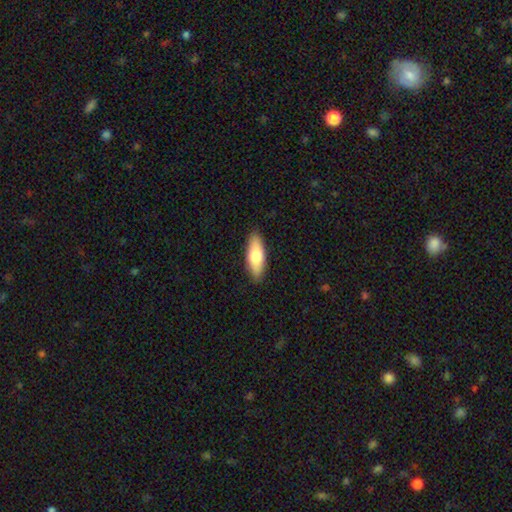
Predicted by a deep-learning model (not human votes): A smooth galaxy with no disk features (75%) that is in between round and cigar-shaped (65%).

Vote fractions:
- Smooth or featured? smooth: 75% / featured or disk: 20% / star or artifact: 6%
- How rounded? in between: 65% / cigar-shaped: 32% / round: 2%
- Merging? none: 88% / minor disturbance: 9% / major disturbance: 2% / merger: 1%